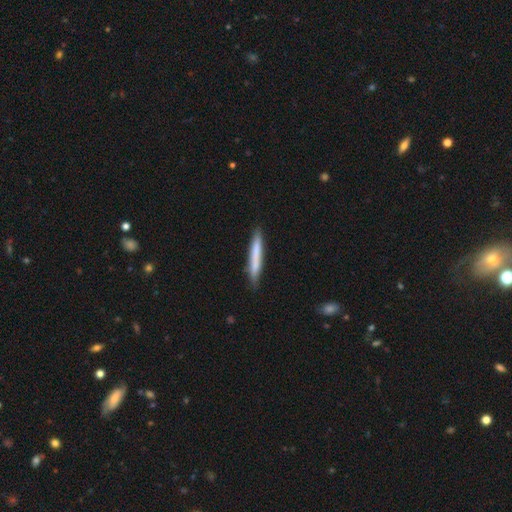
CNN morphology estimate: Smooth or featured?
  - smooth: 71% *
  - featured or disk: 24%
  - star or artifact: 5%
How rounded?
  - cigar-shaped: 96% *
  - in between: 3%
  - round: 1%
Merging?
  - none: 88% *
  - minor disturbance: 10%
  - major disturbance: 2%
  - merger: 1%